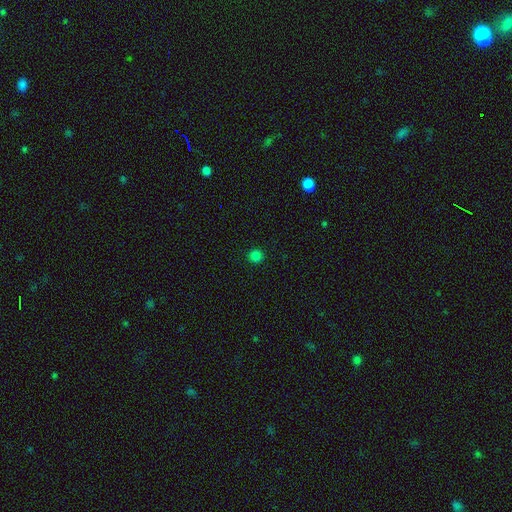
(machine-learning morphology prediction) smooth_or_featured: smooth (p=0.82) [alt: star or artifact p=0.15]
how_rounded: round (p=0.95) [alt: in between p=0.04]
merging: none (p=0.93) [alt: minor disturbance p=0.04]